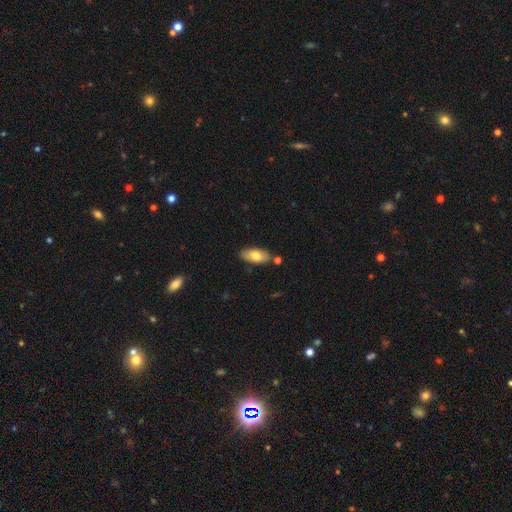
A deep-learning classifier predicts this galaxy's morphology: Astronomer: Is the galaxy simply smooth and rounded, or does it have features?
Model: smooth — 76%.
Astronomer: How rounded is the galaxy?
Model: in between — 89%.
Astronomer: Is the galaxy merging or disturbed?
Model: none — 78%.